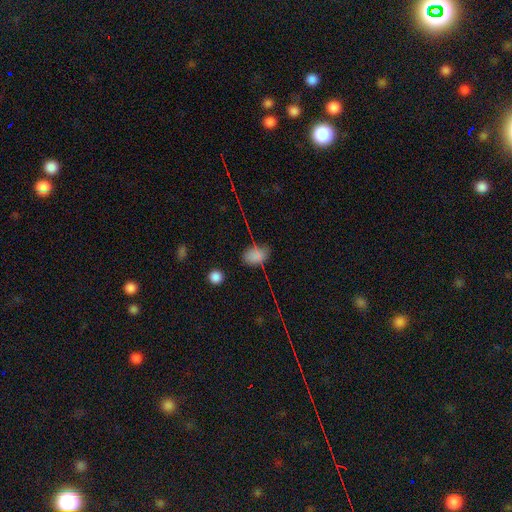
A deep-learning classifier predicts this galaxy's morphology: Smooth or featured? Predicted: smooth (p=0.73). How rounded? Predicted: in between (p=0.84). Merging? Predicted: none (p=0.63).